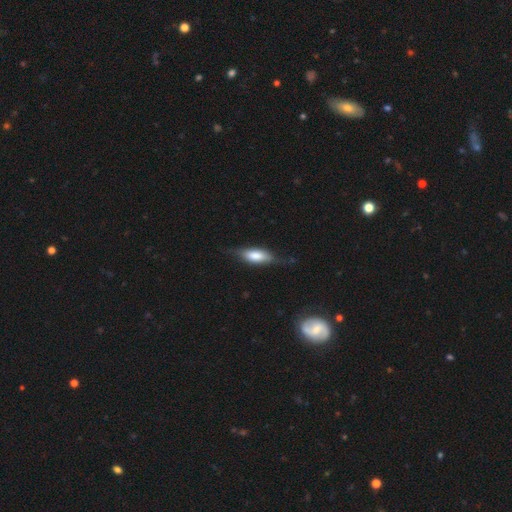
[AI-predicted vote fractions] Smooth or featured? smooth (61%)
How rounded? in between (68%)
Merging? none (64%)